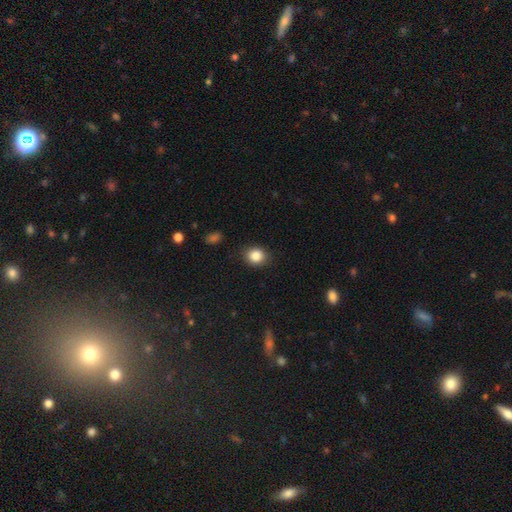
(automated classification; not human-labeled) Q: Smooth or featured?
A: smooth (86%); runner-up: star or artifact (10%)
Q: How rounded?
A: round (68%); runner-up: in between (31%)
Q: Merging?
A: none (87%); runner-up: minor disturbance (9%)